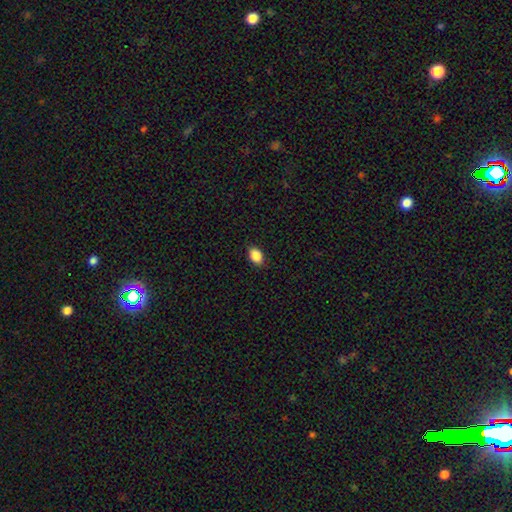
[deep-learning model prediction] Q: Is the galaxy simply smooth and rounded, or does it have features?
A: smooth — 88%.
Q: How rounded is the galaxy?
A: in between — 80%.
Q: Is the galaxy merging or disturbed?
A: none — 87%.